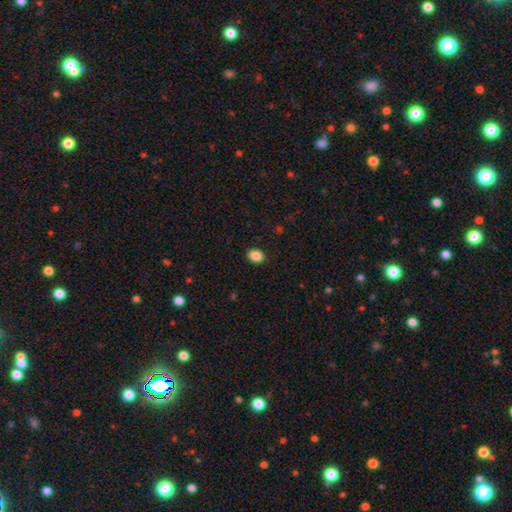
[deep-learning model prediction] This appears to be a smooth galaxy with no disk features (87%) that is in between round and cigar-shaped (61%). Merging: none (91%).